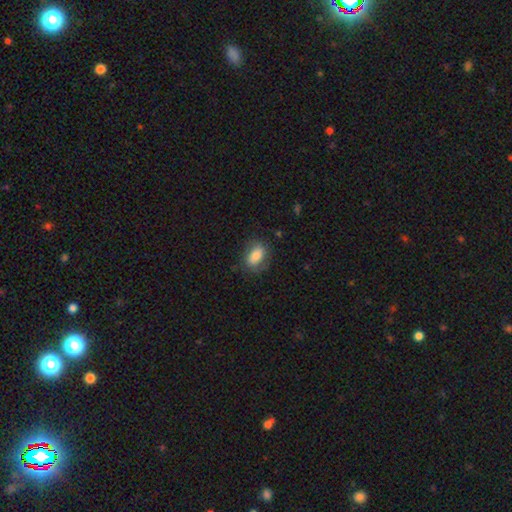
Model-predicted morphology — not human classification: This appears to be a smooth galaxy with no disk features (74%) that is in between round and cigar-shaped (84%). Merging: none (73%).